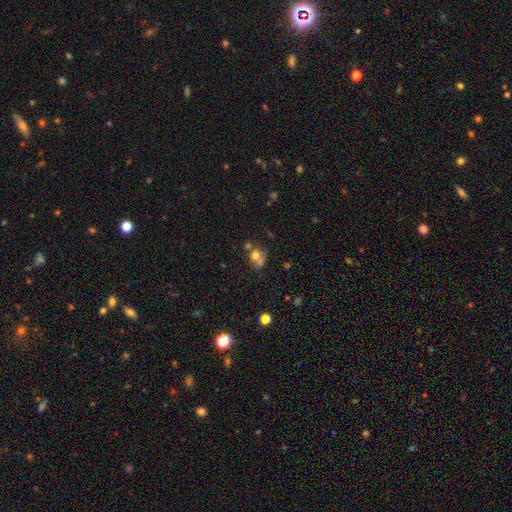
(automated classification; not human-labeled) Smooth or featured? Predicted: smooth (p=0.65). How rounded? Predicted: round (p=0.64). Merging? Predicted: merger (p=0.45).